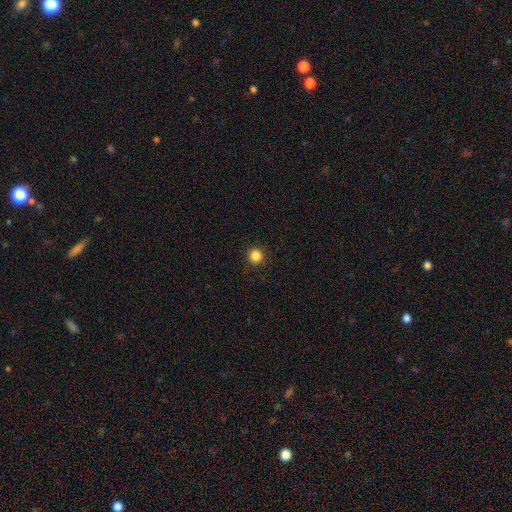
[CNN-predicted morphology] smooth_or_featured: smooth (p=0.85) [alt: star or artifact p=0.12]
how_rounded: round (p=0.95) [alt: in between p=0.04]
merging: none (p=0.92) [alt: minor disturbance p=0.05]